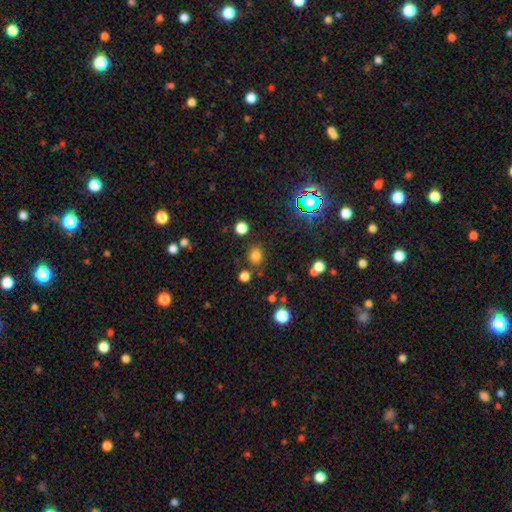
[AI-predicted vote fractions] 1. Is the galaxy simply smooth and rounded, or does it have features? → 78% smooth, 17% star or artifact, 6% featured or disk.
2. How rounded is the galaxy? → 74% round, 25% in between, 1% cigar-shaped.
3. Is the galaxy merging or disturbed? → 80% none, 10% minor disturbance, 6% merger, 4% major disturbance.